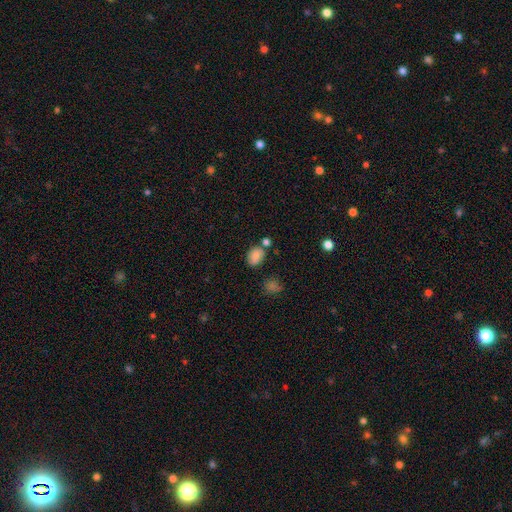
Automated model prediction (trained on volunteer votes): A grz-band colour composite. It shows a smooth galaxy with no disk features (79%) that is in between round and cigar-shaped (63%). Merging: none (67%).